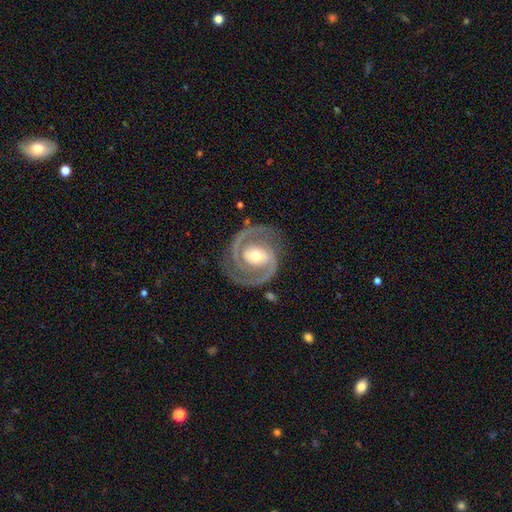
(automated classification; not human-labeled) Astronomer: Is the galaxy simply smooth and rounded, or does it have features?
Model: featured or disk — 92%.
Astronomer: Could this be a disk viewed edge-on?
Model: no — 98%.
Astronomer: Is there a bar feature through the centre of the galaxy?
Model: no — 47% (runner-up: weak, 34%).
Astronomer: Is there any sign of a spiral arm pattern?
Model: yes — 98%.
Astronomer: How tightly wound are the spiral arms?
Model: tight — 51% (runner-up: medium, 43%).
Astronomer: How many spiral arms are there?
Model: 2 — 92%.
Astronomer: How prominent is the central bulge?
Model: moderate — 70%.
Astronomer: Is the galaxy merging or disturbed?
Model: none — 82%.